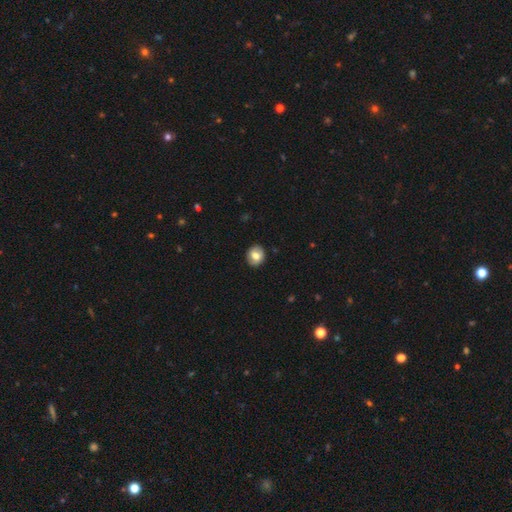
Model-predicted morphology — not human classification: Smooth or featured?
  - smooth: 75% *
  - featured or disk: 17%
  - star or artifact: 8%
How rounded?
  - round: 73% *
  - in between: 26%
  - cigar-shaped: 1%
Merging?
  - none: 89% *
  - minor disturbance: 8%
  - major disturbance: 2%
  - merger: 1%